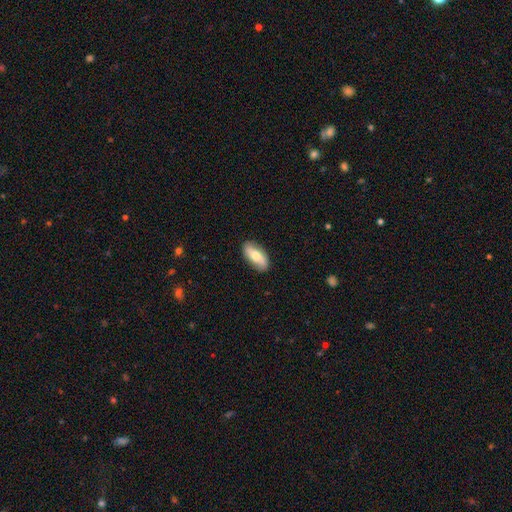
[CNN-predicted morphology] Overall: smooth (60%; featured or disk 34%). How rounded: in between (86%). Merging: none (86%).